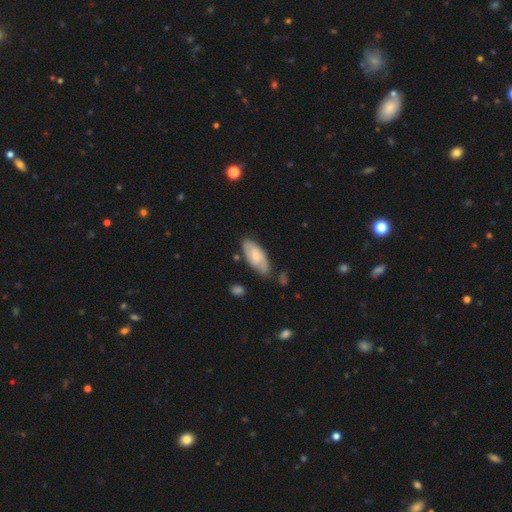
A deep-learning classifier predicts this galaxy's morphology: This is possibly a smooth galaxy (52%). How rounded: clearly in between (87%). Merging: likely none (69%).